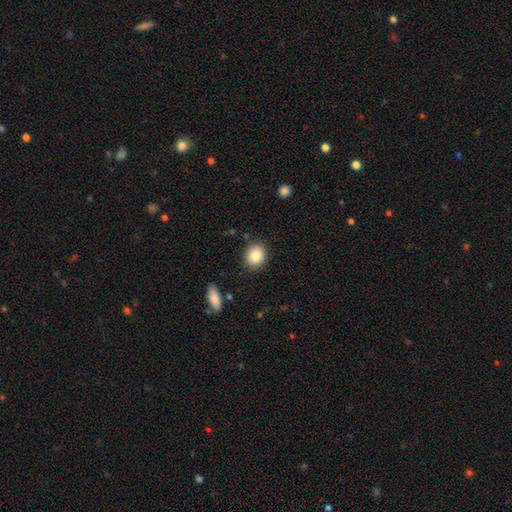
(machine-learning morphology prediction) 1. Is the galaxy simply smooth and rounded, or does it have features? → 85% smooth, 8% star or artifact, 7% featured or disk.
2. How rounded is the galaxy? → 61% round, 38% in between, 1% cigar-shaped.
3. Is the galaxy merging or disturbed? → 86% none, 10% minor disturbance, 2% major disturbance, 2% merger.